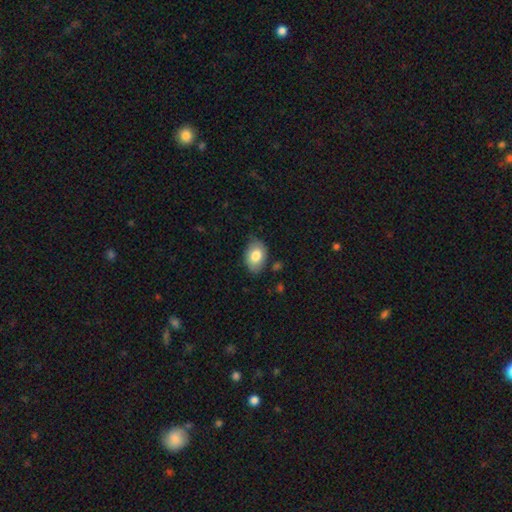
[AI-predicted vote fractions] The model was most divided on "merging": none: 80%, minor disturbance: 16%, major disturbance: 3%, merger: 2%. More confident: how rounded — in between (86%); smooth or featured — smooth (80%).